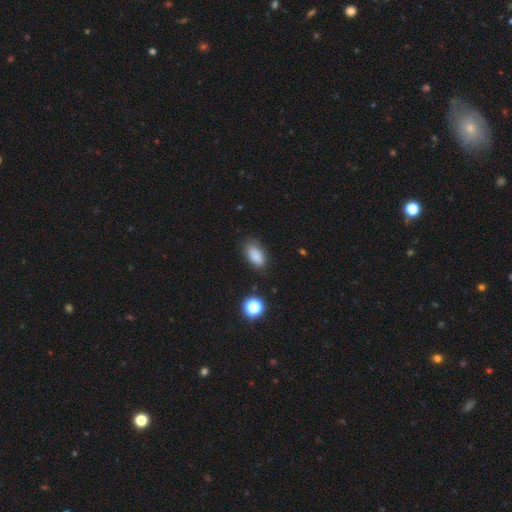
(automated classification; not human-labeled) Smooth or featured? Predicted: smooth (p=0.85). How rounded? Predicted: in between (p=0.91). Merging? Predicted: none (p=0.78).